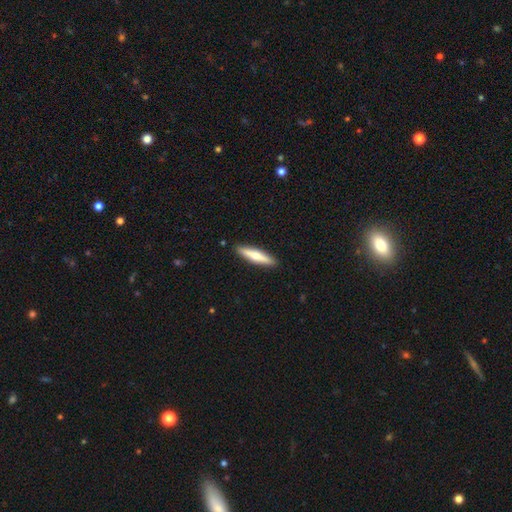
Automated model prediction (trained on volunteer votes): Smooth or featured? Predicted: smooth (p=0.51). How rounded? Predicted: cigar-shaped (p=0.86). Merging? Predicted: none (p=0.91).